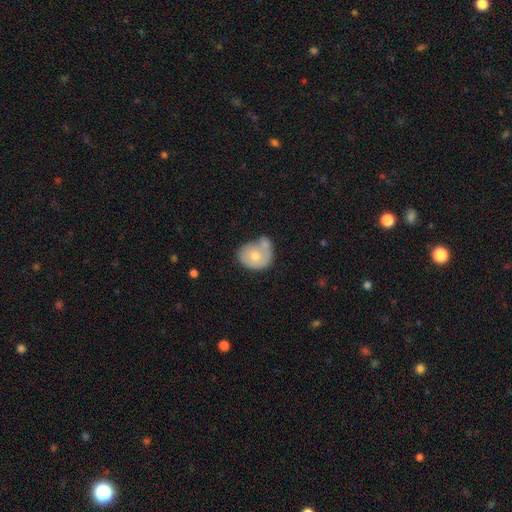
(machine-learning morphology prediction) Smooth or featured: smooth — 65% (featured or disk — 29%)
How rounded: round — 60% (in between — 39%)
Merging: merger — 45% (none — 29%)